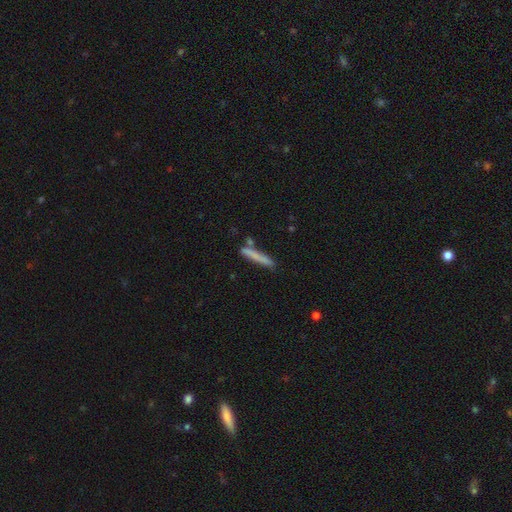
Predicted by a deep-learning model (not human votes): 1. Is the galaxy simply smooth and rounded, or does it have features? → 70% smooth, 23% featured or disk, 7% star or artifact.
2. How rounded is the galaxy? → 95% cigar-shaped, 4% in between, 1% round.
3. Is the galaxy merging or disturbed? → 75% none, 14% minor disturbance, 8% merger, 3% major disturbance.